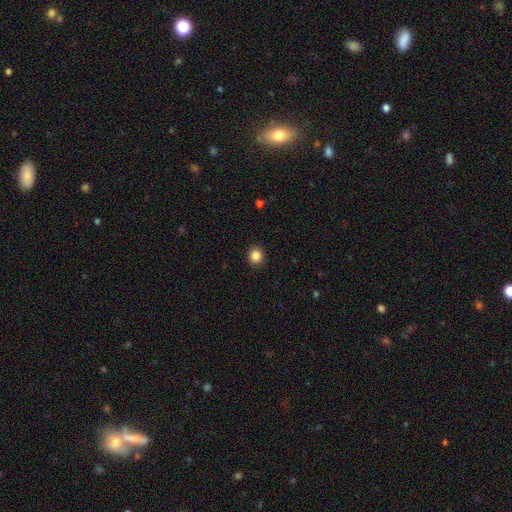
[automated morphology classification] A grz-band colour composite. It shows a smooth galaxy with no disk features (85%) that is round (84%). Merging: none (92%).